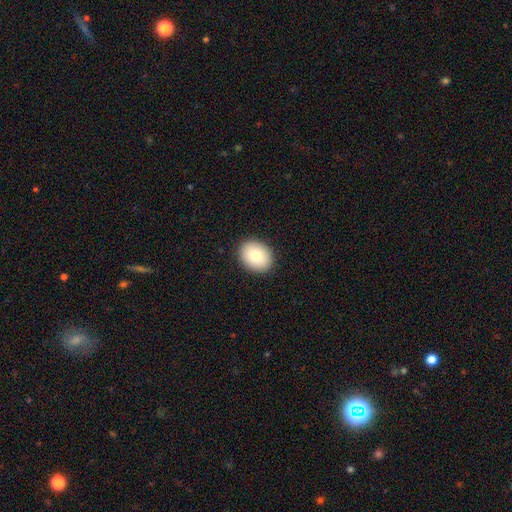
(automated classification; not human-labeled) Morphology: type=smooth (81%); roundness=in between (54%); merging=none (90%).